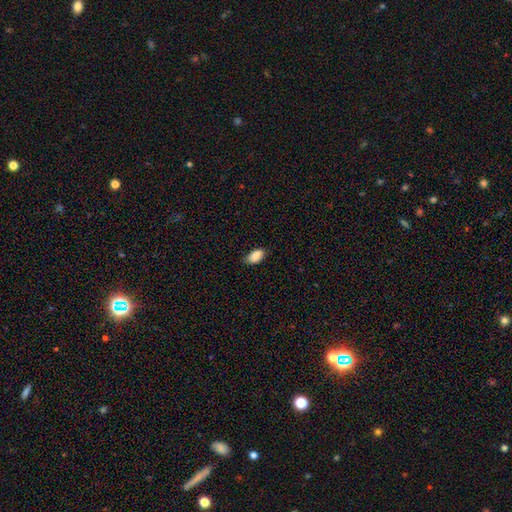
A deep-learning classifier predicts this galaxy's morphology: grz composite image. It shows a smooth galaxy with no disk features (88%) that is in between round and cigar-shaped (93%). Merging: none (77%).